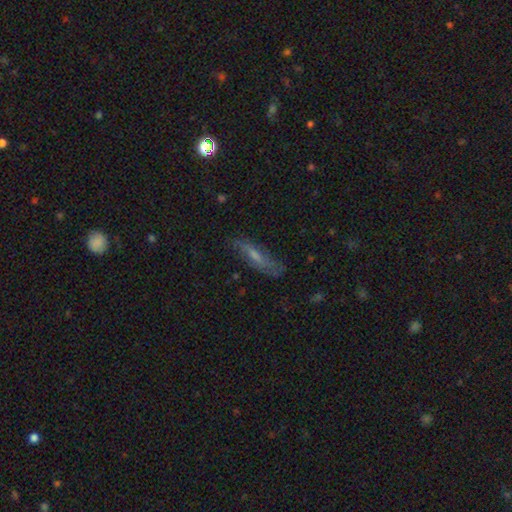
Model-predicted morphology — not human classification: smooth_or_featured: featured or disk (p=0.51) [alt: smooth p=0.39]
disk_edge_on: no (p=0.60) [alt: yes p=0.40]
merging: none (p=0.70) [alt: minor disturbance p=0.21]